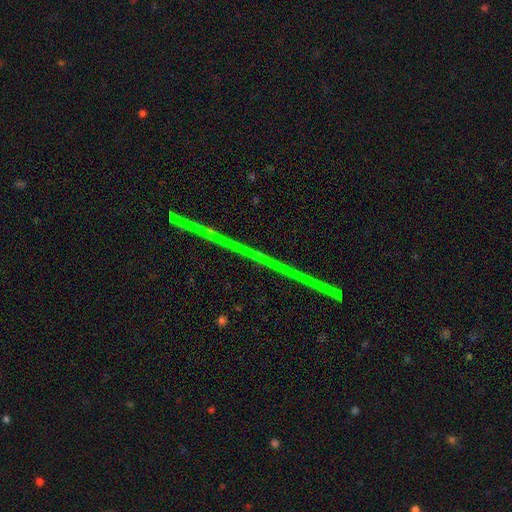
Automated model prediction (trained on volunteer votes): smooth_or_featured: star or artifact (p=0.72) [alt: featured or disk p=0.20]